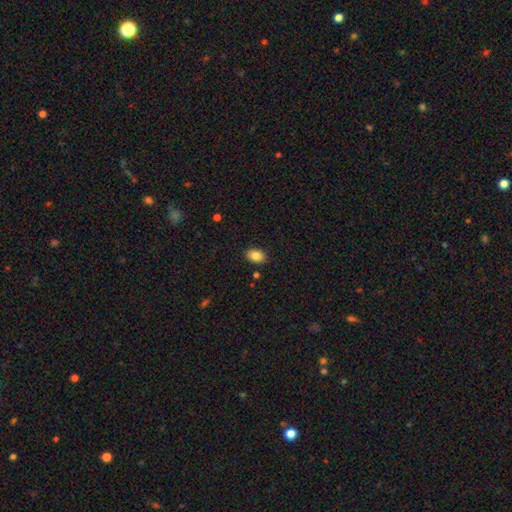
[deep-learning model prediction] Q: Smooth or featured?
A: smooth (85%); runner-up: star or artifact (8%)
Q: How rounded?
A: in between (76%); runner-up: round (23%)
Q: Merging?
A: none (87%); runner-up: minor disturbance (9%)